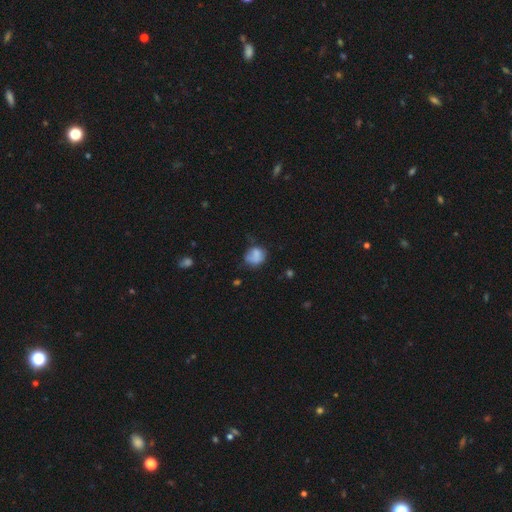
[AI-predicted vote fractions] Morphology: type=smooth (76%); roundness=round (61%); merging=none (44%).